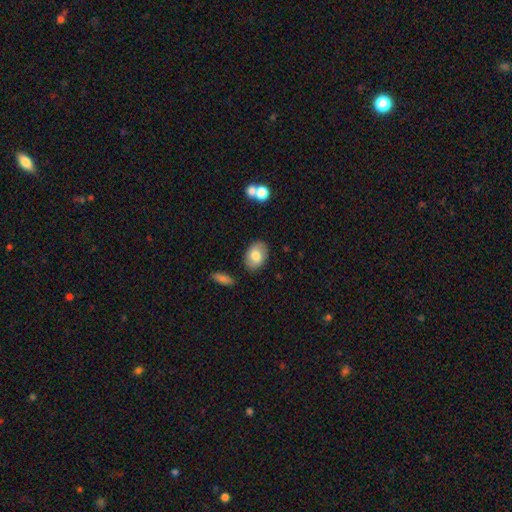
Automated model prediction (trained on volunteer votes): A smooth galaxy with no disk features (76%) that is in between round and cigar-shaped (83%). Merging: none (83%).